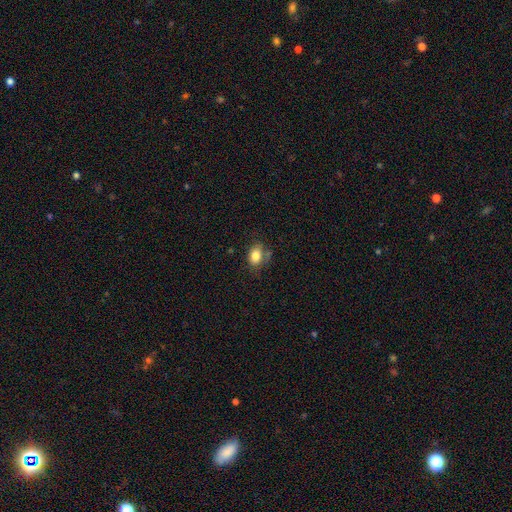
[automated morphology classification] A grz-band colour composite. It shows a smooth galaxy with no disk features (82%) that is in between round and cigar-shaped (77%). Merging: none (62%).